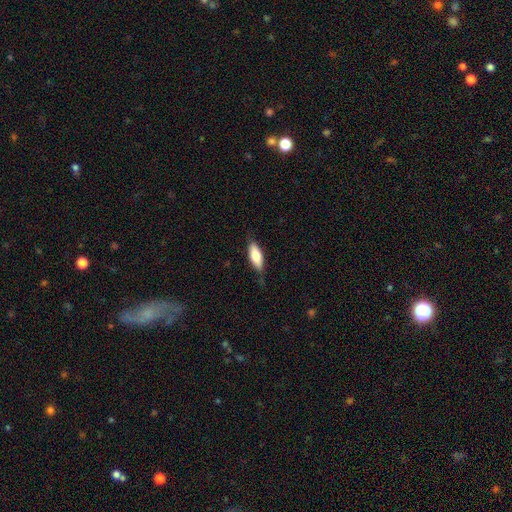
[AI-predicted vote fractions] This appears to be a smooth galaxy with no disk features (74%) that is in between round and cigar-shaped (70%). Merging: none (74%).